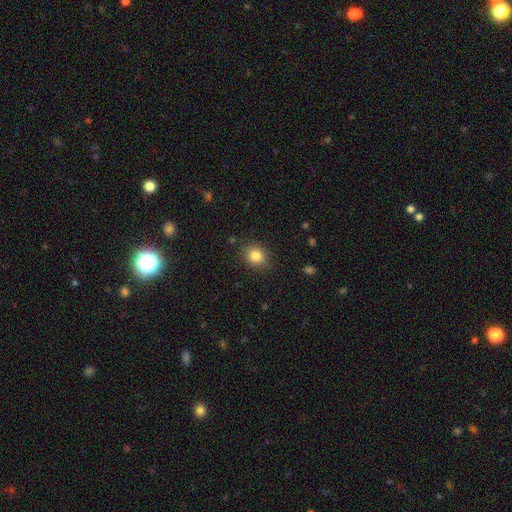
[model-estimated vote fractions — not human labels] smooth-or-featured: smooth: 83% | star or artifact: 10% | featured or disk: 6%
  how-rounded: round: 60% | in between: 39% | cigar-shaped: 1%
  merging: none: 86% | minor disturbance: 10% | major disturbance: 3% | merger: 1%